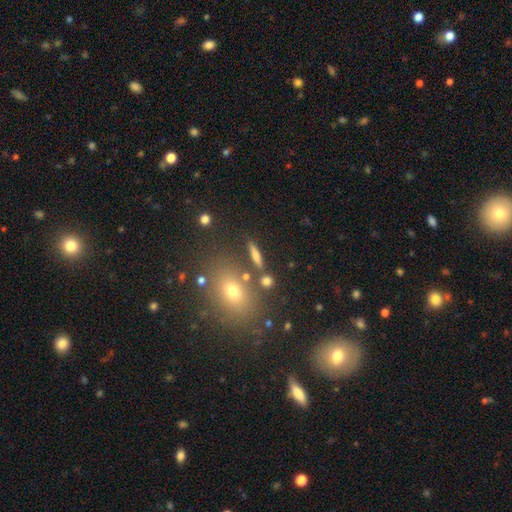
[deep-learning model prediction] Smooth or featured: smooth — 54% (featured or disk — 28%)
How rounded: cigar-shaped — 54% (in between — 31%)
Merging: none — 79% (minor disturbance — 10%)